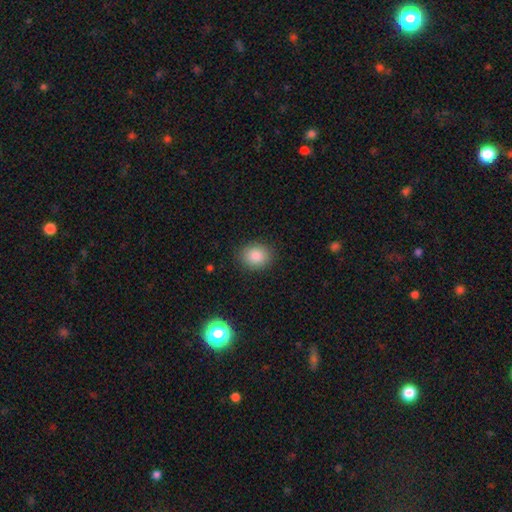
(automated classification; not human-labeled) smooth-or-featured: smooth: 86% | star or artifact: 9% | featured or disk: 5%
  how-rounded: round: 66% | in between: 33% | cigar-shaped: 1%
  merging: none: 89% | minor disturbance: 8% | major disturbance: 2% | merger: 1%